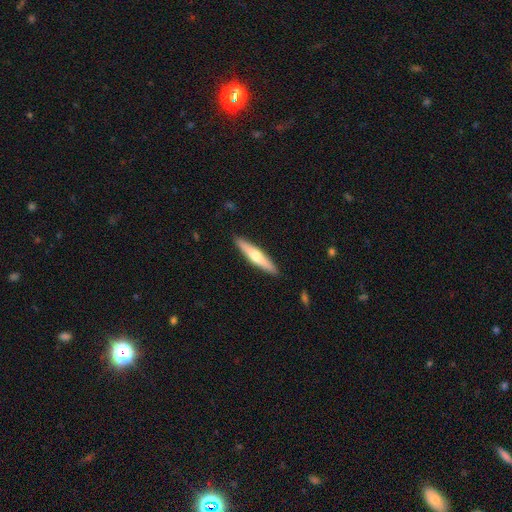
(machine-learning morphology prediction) Smooth or featured? smooth (48%)
Merging? none (90%)